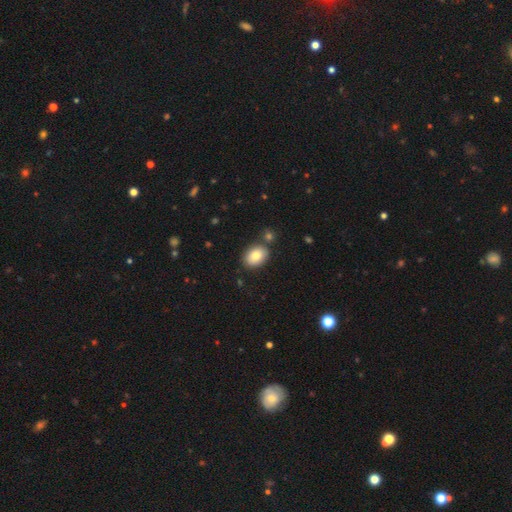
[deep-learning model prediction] The model was most divided on "how rounded": in between: 77%, round: 22%, cigar-shaped: 1%. More confident: smooth or featured — smooth (81%); merging — none (78%).